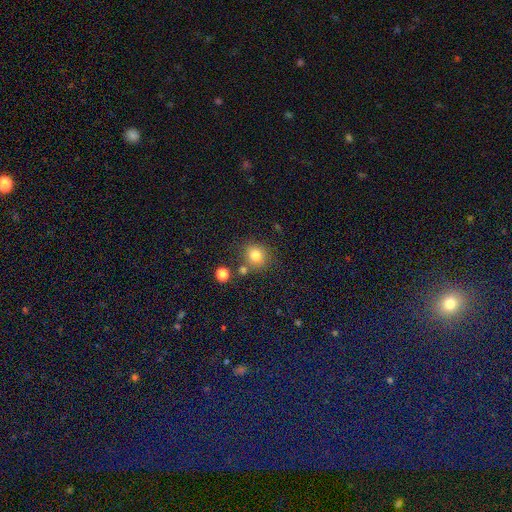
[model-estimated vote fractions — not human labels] Morphology: type=smooth (79%); roundness=round (84%); merging=none (71%).